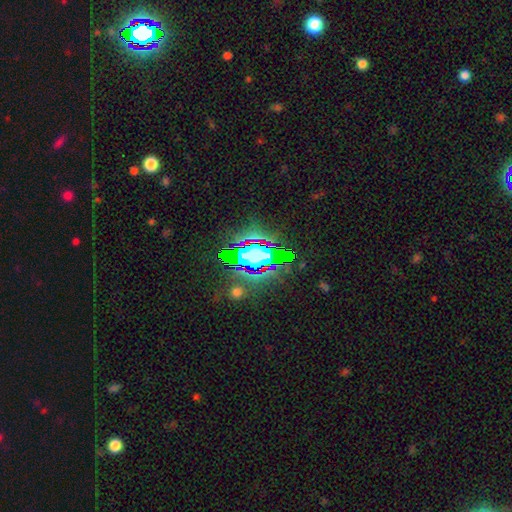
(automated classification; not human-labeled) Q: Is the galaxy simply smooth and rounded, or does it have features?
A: star or artifact — 55%.